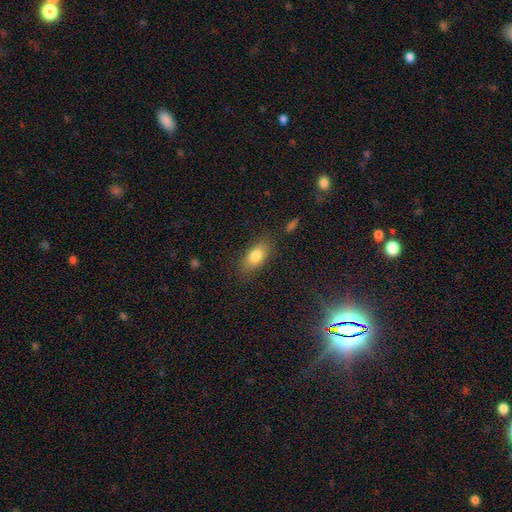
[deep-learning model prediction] smooth-or-featured: smooth: 81% | featured or disk: 11% | star or artifact: 8%
  how-rounded: in between: 87% | cigar-shaped: 7% | round: 7%
  merging: none: 81% | minor disturbance: 13% | major disturbance: 4% | merger: 2%